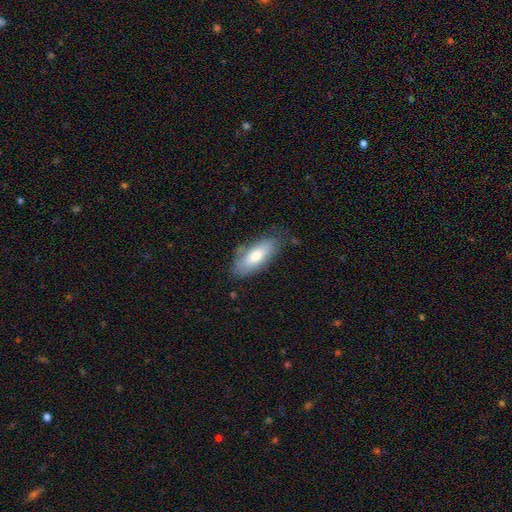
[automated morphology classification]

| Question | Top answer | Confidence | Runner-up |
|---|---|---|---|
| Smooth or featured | smooth | 75% | featured or disk (19%) |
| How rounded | in between | 80% | cigar-shaped (18%) |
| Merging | none | 72% | minor disturbance (21%) |